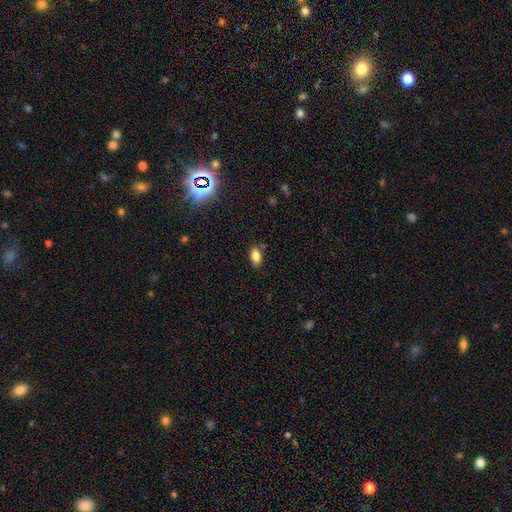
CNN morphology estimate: This appears to be a smooth galaxy with no disk features (83%) that is in between round and cigar-shaped (90%). Merging: none (81%).